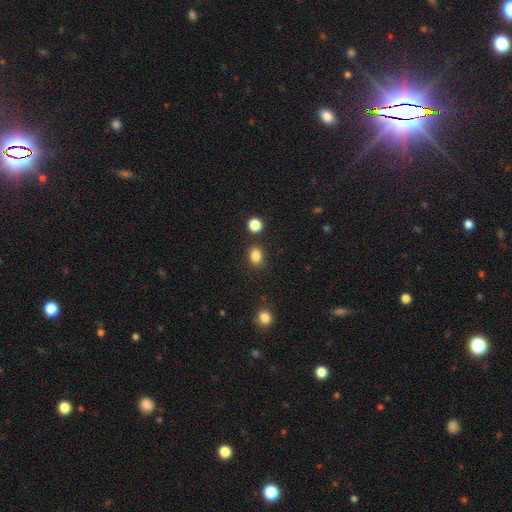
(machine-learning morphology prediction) Smooth or featured?
  - smooth: 85% *
  - star or artifact: 11%
  - featured or disk: 4%
How rounded?
  - in between: 60% *
  - round: 38%
  - cigar-shaped: 1%
Merging?
  - none: 79% *
  - minor disturbance: 12%
  - merger: 6%
  - major disturbance: 3%